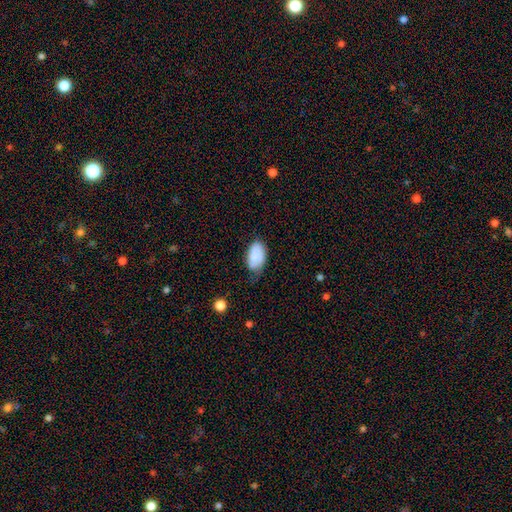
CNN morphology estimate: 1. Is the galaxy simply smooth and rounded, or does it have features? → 81% smooth, 12% featured or disk, 7% star or artifact.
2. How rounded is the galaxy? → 94% in between, 5% round, 1% cigar-shaped.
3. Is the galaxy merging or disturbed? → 52% none, 37% minor disturbance, 9% major disturbance, 2% merger.